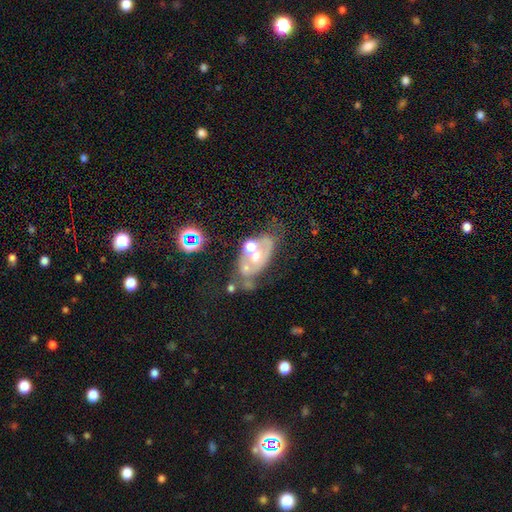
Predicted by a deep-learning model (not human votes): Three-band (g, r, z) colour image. It shows a featured or disk galaxy (57%) with no bar (84%), no spiral arms (73%) and a moderate central bulge (62%). Merging: none (34%).